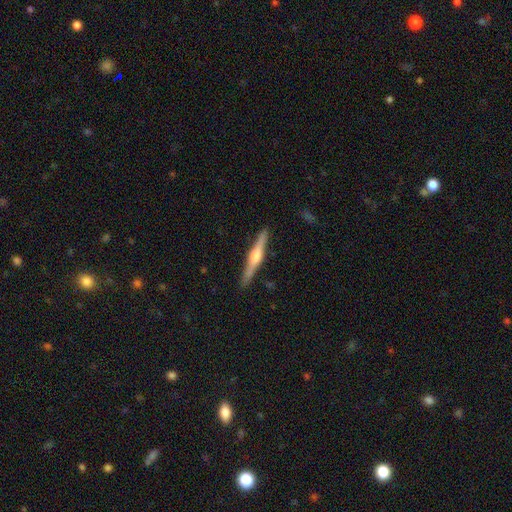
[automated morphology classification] Smooth or featured? featured or disk (73%)
Edge-on disk? yes (98%)
Edge-on bulge? rounded (86%)
Merging? none (90%)